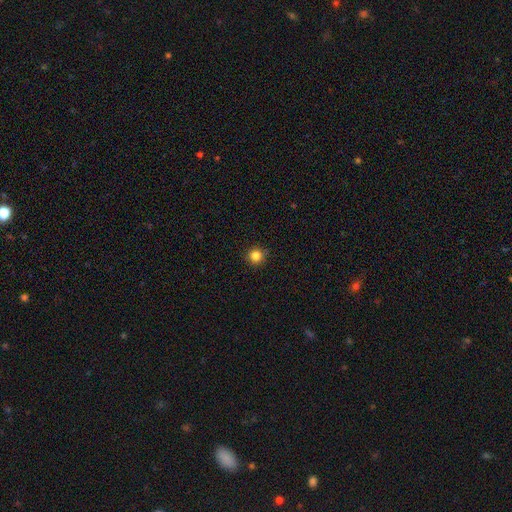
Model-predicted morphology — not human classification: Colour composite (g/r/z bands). It shows a smooth galaxy with no disk features (83%) that is round (95%). Merging: none (91%).